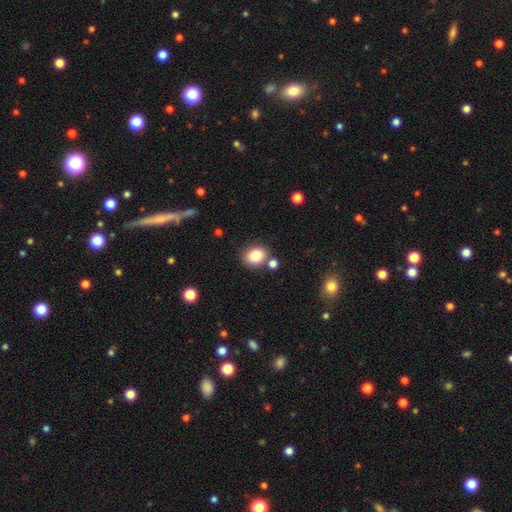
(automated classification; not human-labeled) smooth-or-featured: smooth: 86% | star or artifact: 9% | featured or disk: 5%
  how-rounded: round: 50% | in between: 49% | cigar-shaped: 1%
  merging: none: 70% | minor disturbance: 13% | merger: 12% | major disturbance: 4%